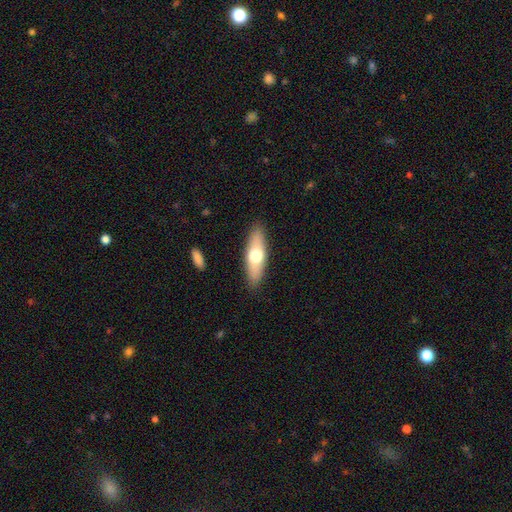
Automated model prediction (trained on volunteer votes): Overall: smooth (59%; featured or disk 36%). How rounded: in between (49%; cigar-shaped 48%). Merging: none (88%).